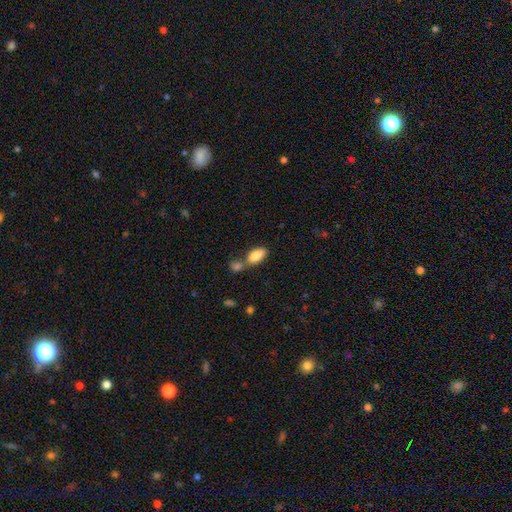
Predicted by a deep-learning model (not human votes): smooth 85%, featured or disk 8%, star or artifact 7%. Down the decision tree: how rounded — in between (91%); merging — none (47%).